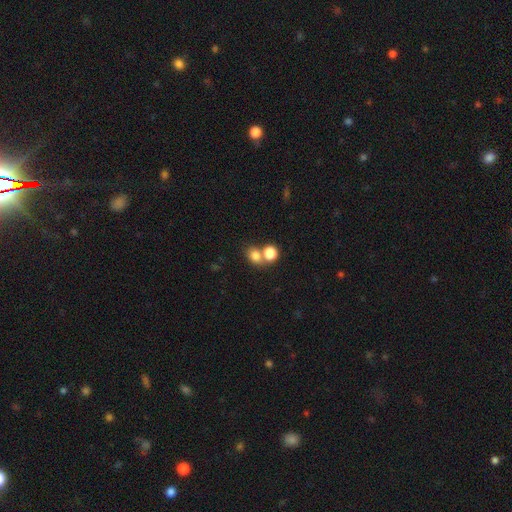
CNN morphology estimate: smooth 78%, star or artifact 13%, featured or disk 9%. Down the decision tree: how rounded — round (61%); merging — merger (46%).